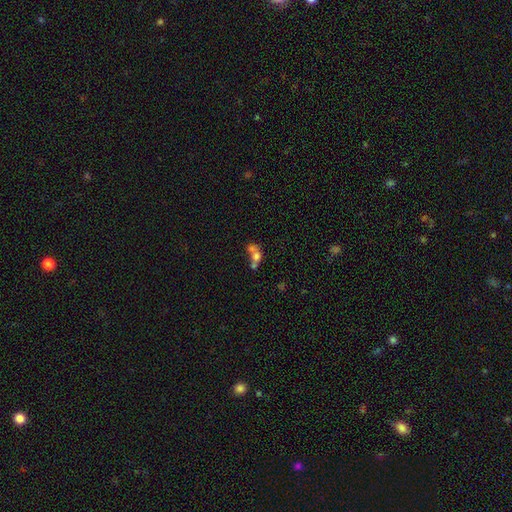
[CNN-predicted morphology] smooth 60%, featured or disk 26%, star or artifact 14%. Down the decision tree: how rounded — round (57%); merging — merger (65%).